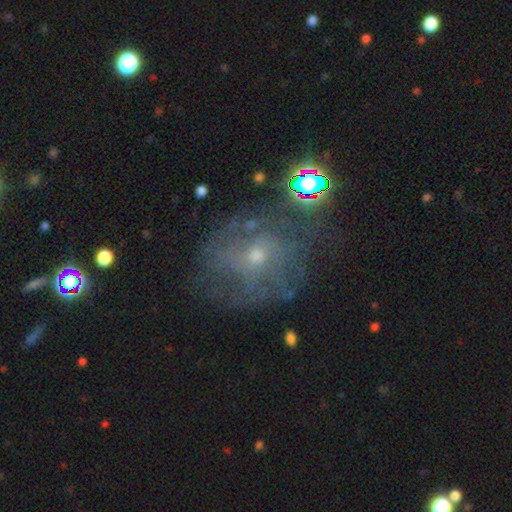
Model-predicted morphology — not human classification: smooth-or-featured: featured or disk: 62% | smooth: 20% | star or artifact: 18%
  disk-edge-on: no: 97% | yes: 3%
    bar: no: 79% | weak: 18% | strong: 3%
    has-spiral-arms: yes: 67% | no: 33%
    bulge-size: small: 54% | moderate: 39% | none: 3% | large: 3% | dominant: 1%
  merging: none: 58% | minor disturbance: 19% | major disturbance: 19% | merger: 3%